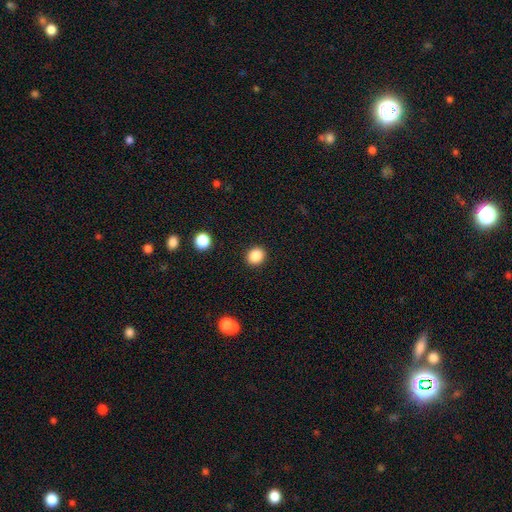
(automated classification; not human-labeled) Overall: smooth (86%). How rounded: round (74%). Merging: none (91%).